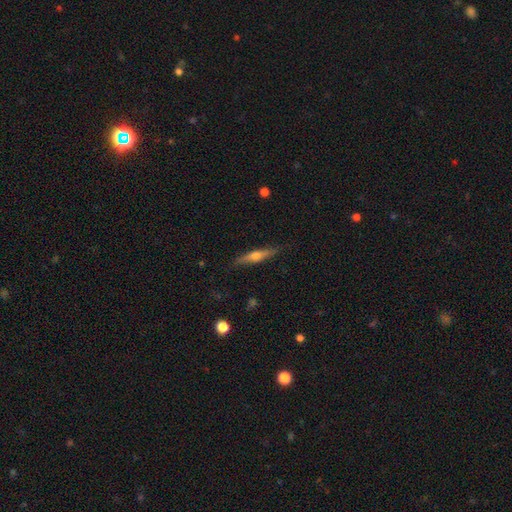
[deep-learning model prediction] smooth-or-featured: featured or disk: 65% | smooth: 29% | star or artifact: 7%
  disk-edge-on: yes: 97% | no: 3%
    edge-on-bulge: rounded: 88% | boxy: 6% | none: 6%
  merging: none: 88% | minor disturbance: 9% | major disturbance: 2% | merger: 1%